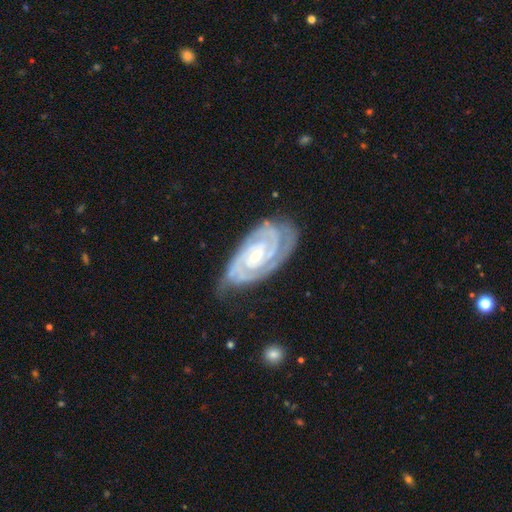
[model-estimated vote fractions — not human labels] Overall: featured or disk (92%). Edge-on disk: no (96%). Bar: no (44%; weak 39%). Spiral arms: yes (99%). Spiral arm count: 2 (63%). Spiral winding: tight (81%). Bulge size: small (61%; moderate 34%). Merging: none (71%).